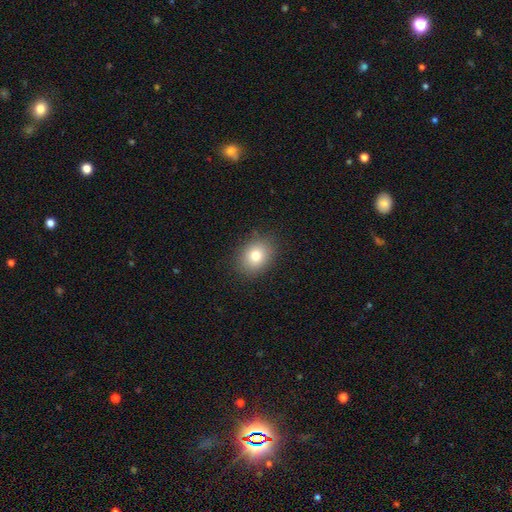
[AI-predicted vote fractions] A smooth galaxy with no disk features (79%) that is in between round and cigar-shaped (50%). Merging: none (87%).